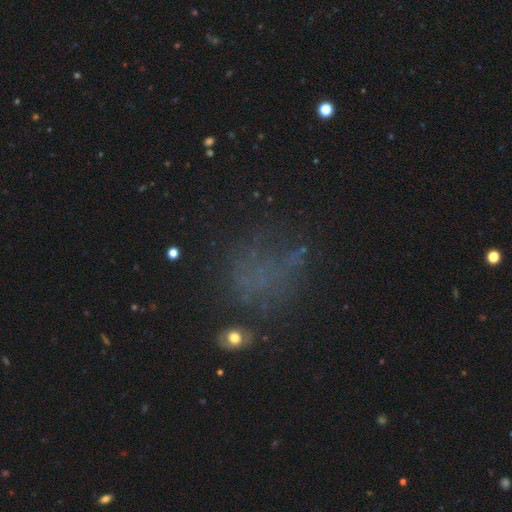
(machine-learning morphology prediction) Smooth or featured?
  - star or artifact: 38% *
  - smooth: 37%
  - featured or disk: 25%